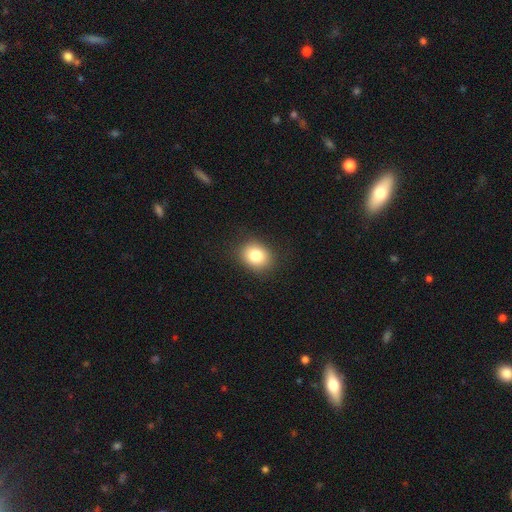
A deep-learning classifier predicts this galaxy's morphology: The model was most divided on "how rounded": round: 56%, in between: 43%, cigar-shaped: 1%. More confident: merging — none (87%); smooth or featured — smooth (82%).